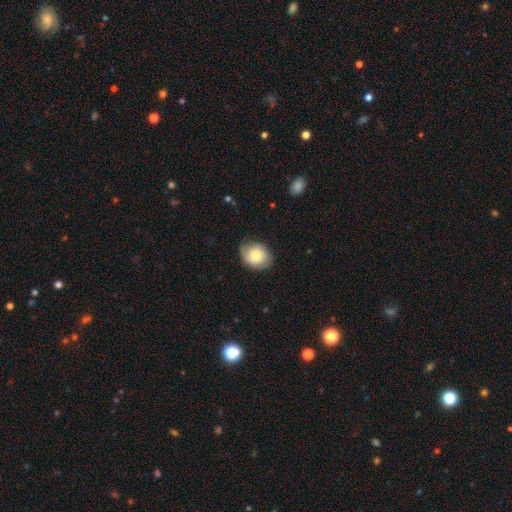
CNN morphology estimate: Overall: smooth (60%; featured or disk 32%). How rounded: round (60%; in between 39%). Merging: none (70%).